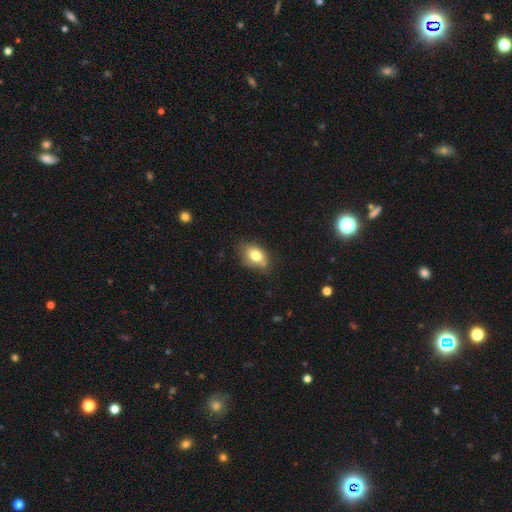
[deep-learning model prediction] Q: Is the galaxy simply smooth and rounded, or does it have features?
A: smooth — 78%.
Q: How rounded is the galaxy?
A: in between — 79%.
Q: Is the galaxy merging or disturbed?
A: none — 62%.